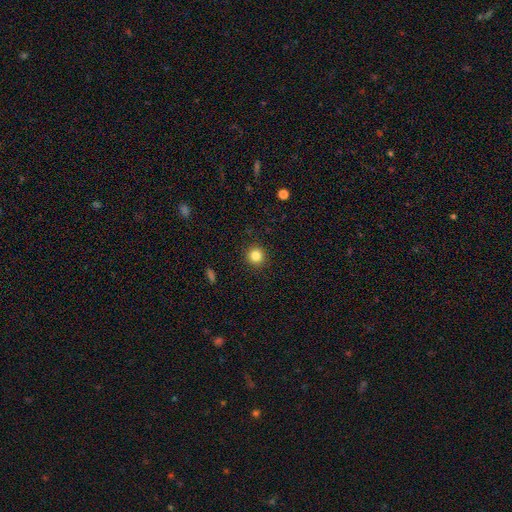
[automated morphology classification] Smooth or featured?
  - smooth: 83% *
  - star or artifact: 11%
  - featured or disk: 5%
How rounded?
  - round: 95% *
  - in between: 4%
  - cigar-shaped: 1%
Merging?
  - none: 93% *
  - minor disturbance: 5%
  - major disturbance: 2%
  - merger: 1%